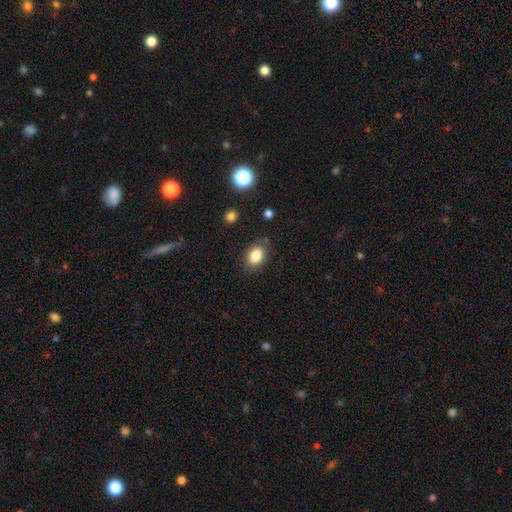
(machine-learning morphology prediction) Smooth or featured? Predicted: smooth (p=0.85). How rounded? Predicted: in between (p=0.75). Merging? Predicted: none (p=0.82).